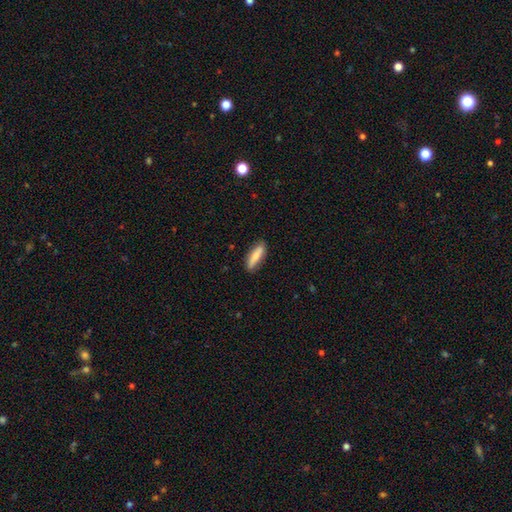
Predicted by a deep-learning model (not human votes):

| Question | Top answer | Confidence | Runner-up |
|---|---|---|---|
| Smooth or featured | smooth | 77% | featured or disk (17%) |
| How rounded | cigar-shaped | 61% | in between (37%) |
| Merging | none | 84% | minor disturbance (13%) |